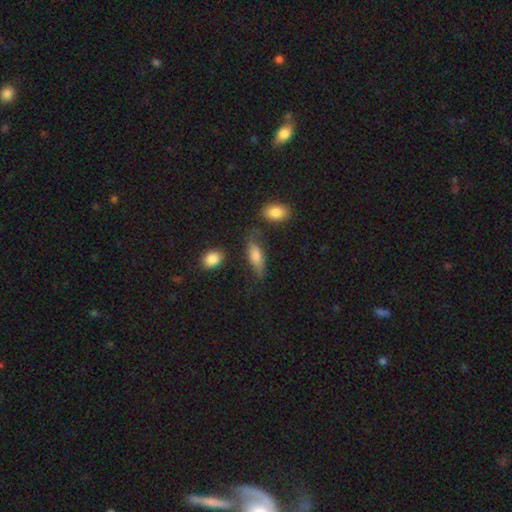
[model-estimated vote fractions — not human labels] Smooth or featured? Predicted: smooth (p=0.71). How rounded? Predicted: in between (p=0.67). Merging? Predicted: none (p=0.55).